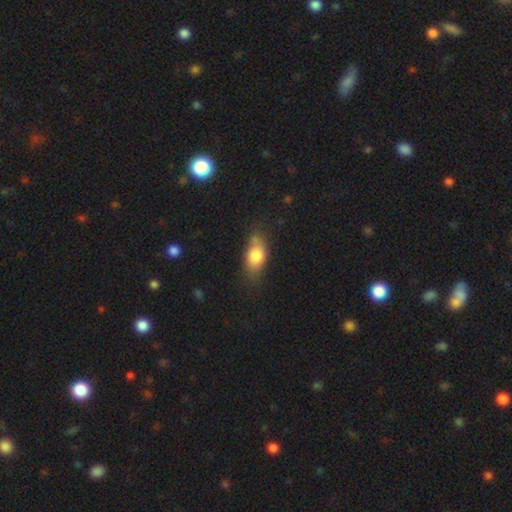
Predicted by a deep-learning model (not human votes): smooth_or_featured: smooth (p=0.77) [alt: featured or disk p=0.15]
how_rounded: in between (p=0.85) [alt: round p=0.08]
merging: none (p=0.59) [alt: minor disturbance p=0.28]